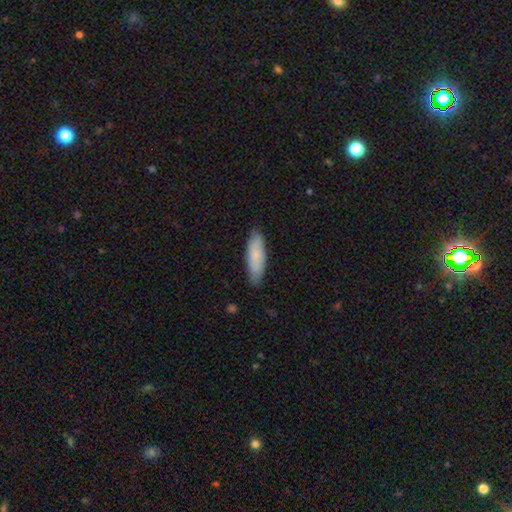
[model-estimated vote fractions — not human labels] Q: Smooth or featured?
A: smooth (79%); runner-up: featured or disk (15%)
Q: How rounded?
A: cigar-shaped (51%); runner-up: in between (47%)
Q: Merging?
A: none (82%); runner-up: minor disturbance (15%)